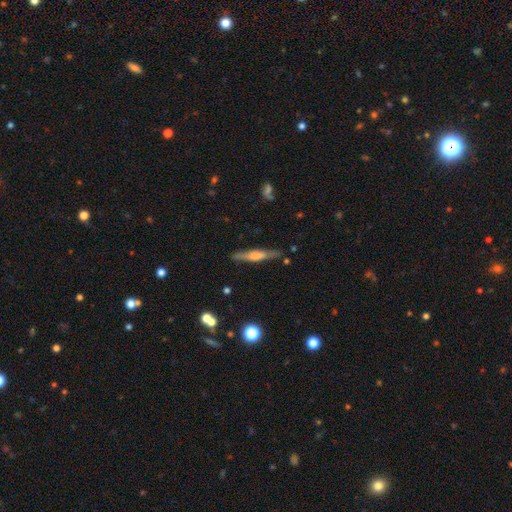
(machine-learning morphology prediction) Smooth or featured?
  - featured or disk: 52% *
  - smooth: 42%
  - star or artifact: 6%
Edge-on disk?
  - yes: 93% *
  - no: 7%
Merging?
  - none: 84% *
  - minor disturbance: 11%
  - major disturbance: 3%
  - merger: 2%